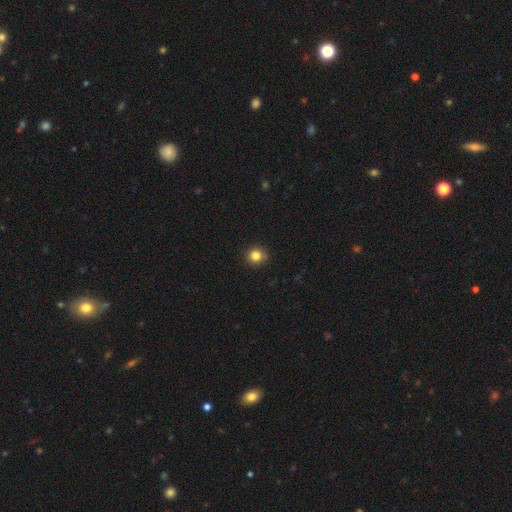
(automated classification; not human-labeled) Smooth or featured?
  - smooth: 83% *
  - star or artifact: 12%
  - featured or disk: 5%
How rounded?
  - round: 91% *
  - in between: 8%
  - cigar-shaped: 1%
Merging?
  - none: 88% *
  - minor disturbance: 9%
  - major disturbance: 2%
  - merger: 1%